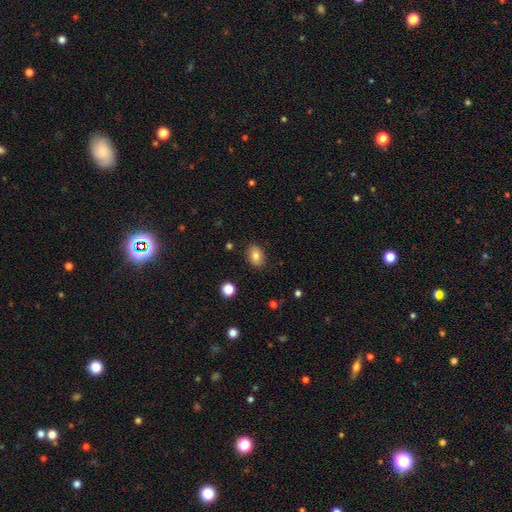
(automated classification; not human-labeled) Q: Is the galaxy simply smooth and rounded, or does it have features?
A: smooth — 83%.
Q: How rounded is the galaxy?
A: in between — 76%.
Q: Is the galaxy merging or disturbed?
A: none — 86%.